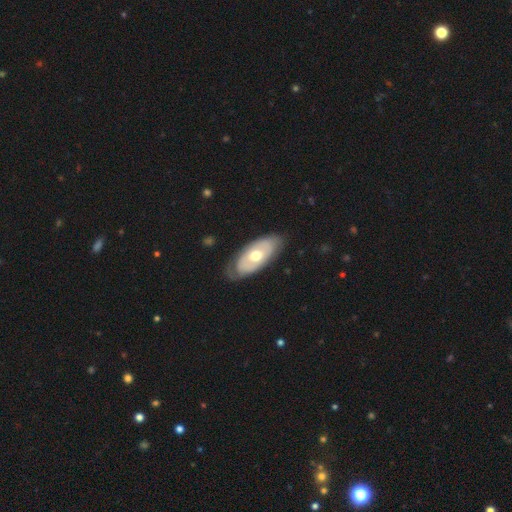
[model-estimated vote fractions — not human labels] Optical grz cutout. It shows a featured or disk galaxy (54%). Merging: none (74%).